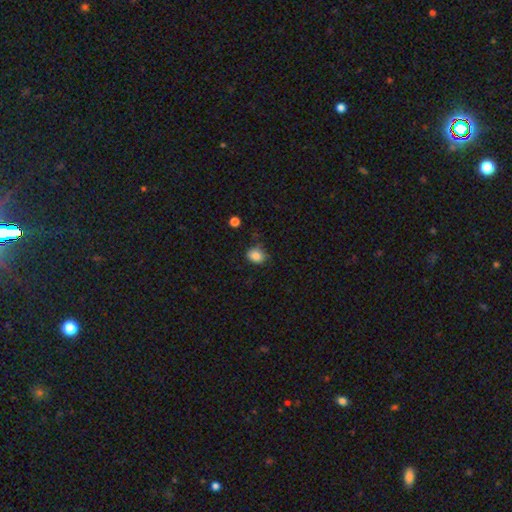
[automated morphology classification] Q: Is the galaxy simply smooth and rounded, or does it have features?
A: smooth — 85%.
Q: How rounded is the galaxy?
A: round — 51%.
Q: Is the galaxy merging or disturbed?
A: none — 67%.